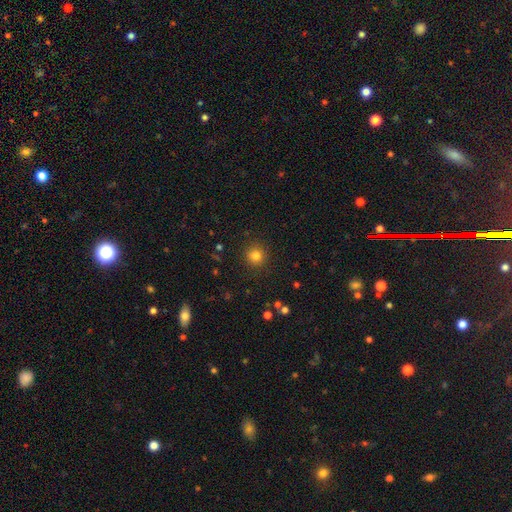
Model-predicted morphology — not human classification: smooth-or-featured: smooth: 81% | star or artifact: 14% | featured or disk: 5%
  how-rounded: round: 93% | in between: 6% | cigar-shaped: 1%
  merging: none: 90% | minor disturbance: 6% | major disturbance: 2% | merger: 1%